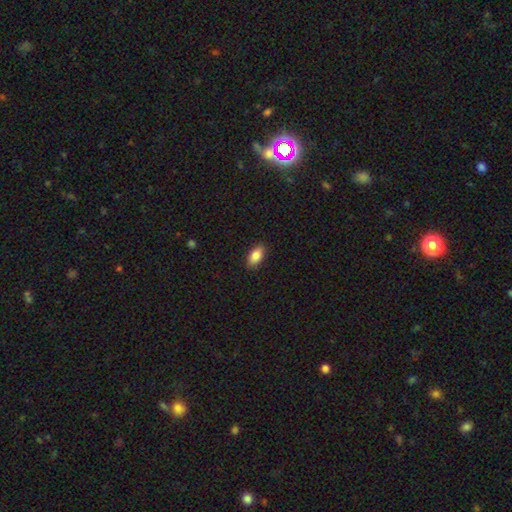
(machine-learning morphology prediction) A smooth galaxy with no disk features (85%) that is in between round and cigar-shaped (91%).

Vote fractions:
- Smooth or featured? smooth: 85% / featured or disk: 8% / star or artifact: 7%
- How rounded? in between: 91% / cigar-shaped: 5% / round: 4%
- Merging? none: 88% / minor disturbance: 9% / major disturbance: 2% / merger: 1%